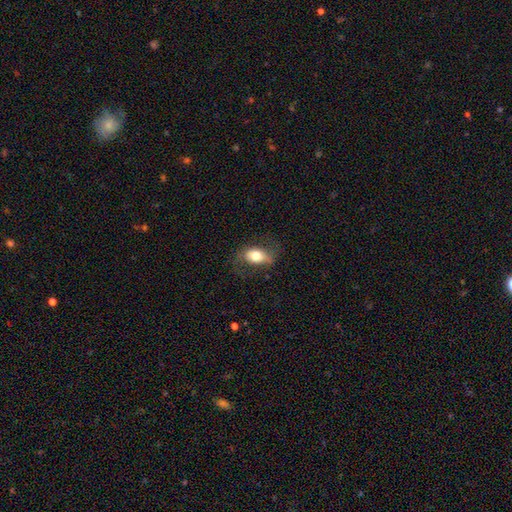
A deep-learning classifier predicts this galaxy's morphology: smooth 66%, featured or disk 27%, star or artifact 7%. Down the decision tree: how rounded — in between (86%); merging — none (64%).